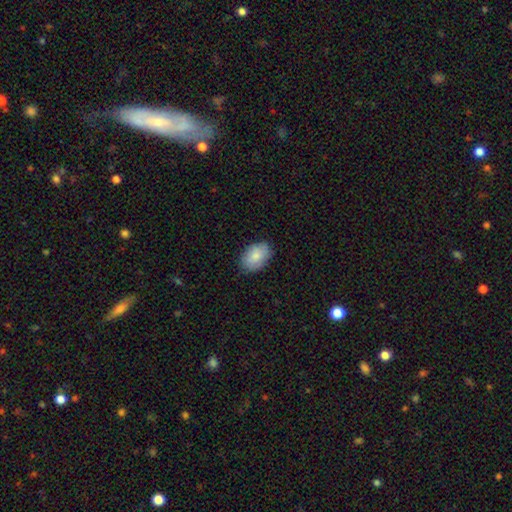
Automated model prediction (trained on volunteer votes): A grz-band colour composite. It shows a smooth galaxy with no disk features (83%) that is in between round and cigar-shaped (86%). Merging: none (80%).